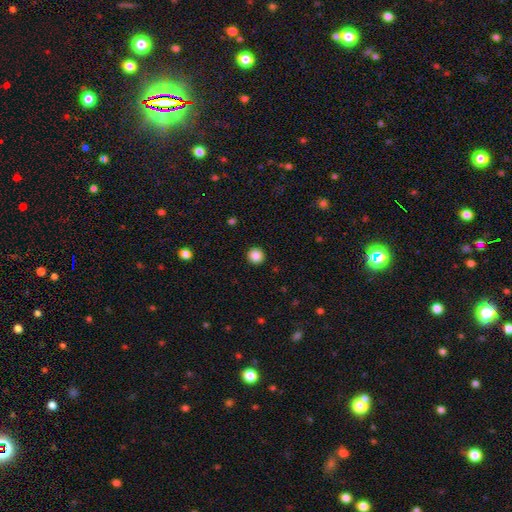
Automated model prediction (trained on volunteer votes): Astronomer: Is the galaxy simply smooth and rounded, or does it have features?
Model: smooth — 87%.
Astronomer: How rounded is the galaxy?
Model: round — 94%.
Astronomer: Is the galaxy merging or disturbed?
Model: none — 93%.